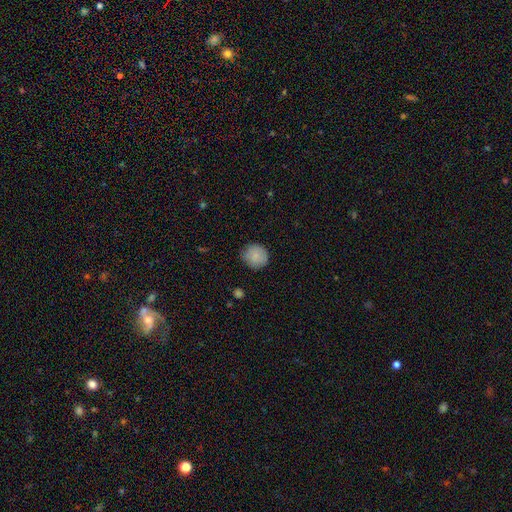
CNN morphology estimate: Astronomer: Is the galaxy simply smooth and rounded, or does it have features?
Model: smooth — 86%.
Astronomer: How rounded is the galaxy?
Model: round — 90%.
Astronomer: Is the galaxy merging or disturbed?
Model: none — 79%.